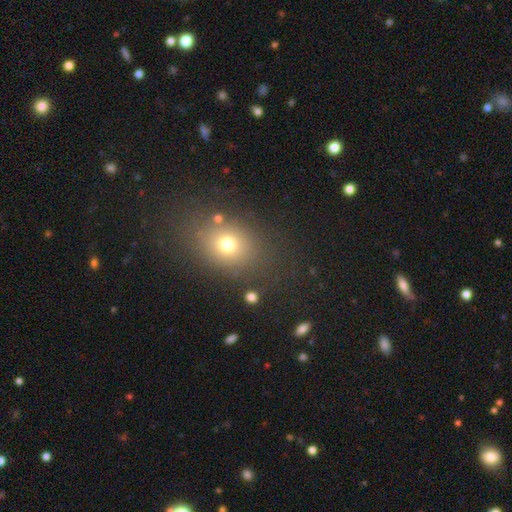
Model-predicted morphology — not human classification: Smooth or featured: smooth — 64% (star or artifact — 25%)
How rounded: in between — 56% (round — 42%)
Merging: none — 84% (minor disturbance — 9%)